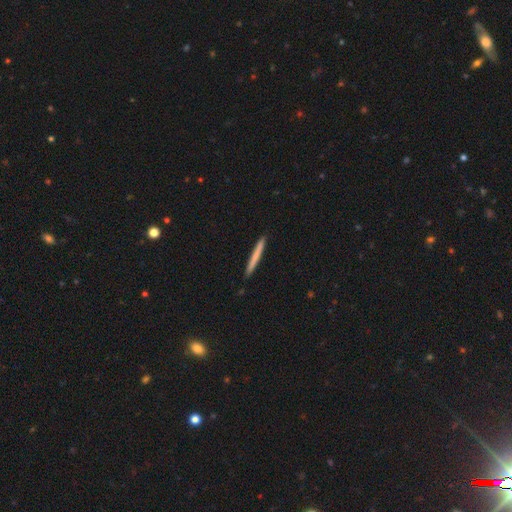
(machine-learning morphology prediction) A smooth galaxy with no disk features (70%) that is cigar-shaped (97%). Merging: none (92%).